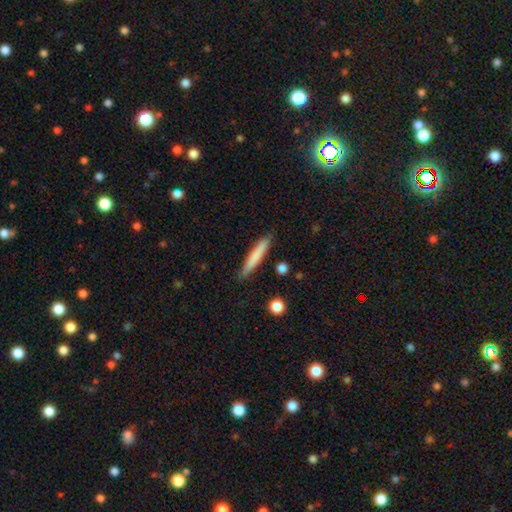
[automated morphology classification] A smooth galaxy with no disk features (74%) that is cigar-shaped (94%).

Vote fractions:
- Smooth or featured? smooth: 74% / featured or disk: 20% / star or artifact: 6%
- How rounded? cigar-shaped: 94% / in between: 4% / round: 1%
- Merging? none: 86% / minor disturbance: 10% / major disturbance: 2% / merger: 2%